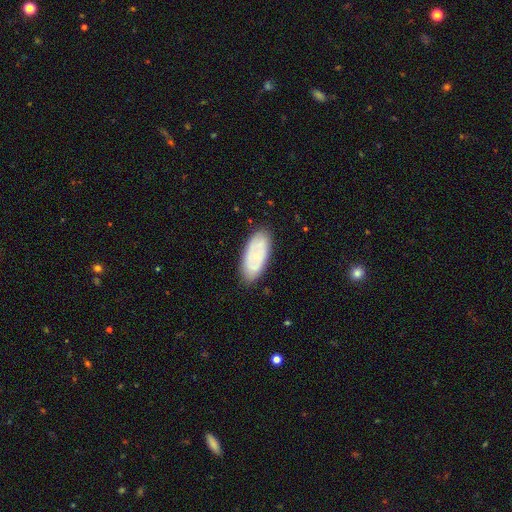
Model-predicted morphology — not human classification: A smooth galaxy with no disk features (53%) that is in between round and cigar-shaped (89%). Merging: none (83%).